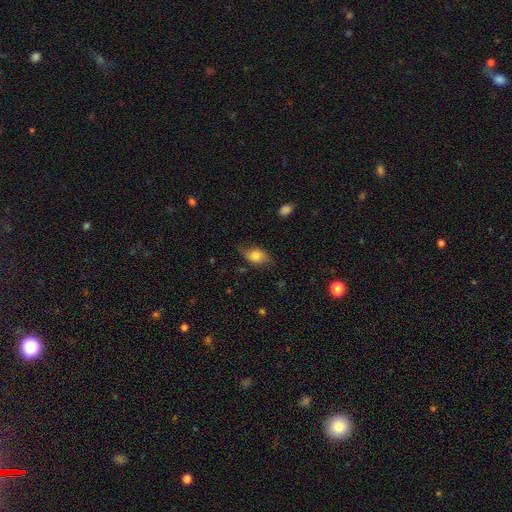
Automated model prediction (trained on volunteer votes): Morphology: type=smooth (74%); roundness=in between (79%); merging=none (66%).